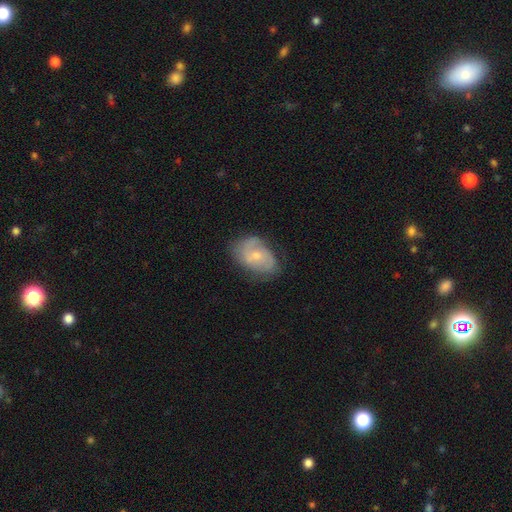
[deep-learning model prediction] smooth-or-featured: featured or disk: 54% | smooth: 39% | star or artifact: 7%
  disk-edge-on: no: 96% | yes: 4%
    bar: no: 61% | weak: 33% | strong: 6%
    has-spiral-arms: yes: 74% | no: 26%
    bulge-size: small: 55% | moderate: 40% | none: 2% | large: 2% | dominant: 1%
  merging: none: 62% | minor disturbance: 27% | major disturbance: 9% | merger: 2%